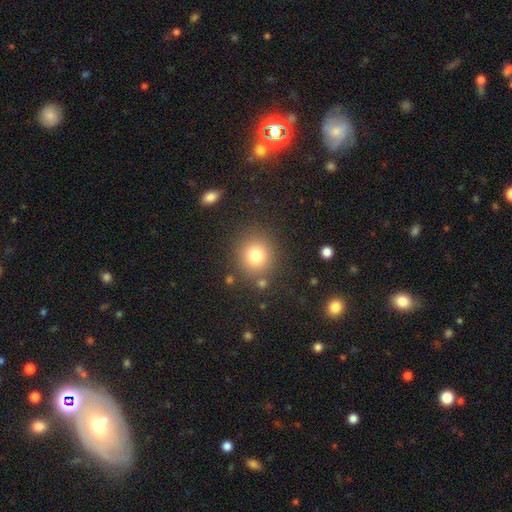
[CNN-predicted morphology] A smooth galaxy with no disk features (79%) that is round (89%). Merging: none (84%).